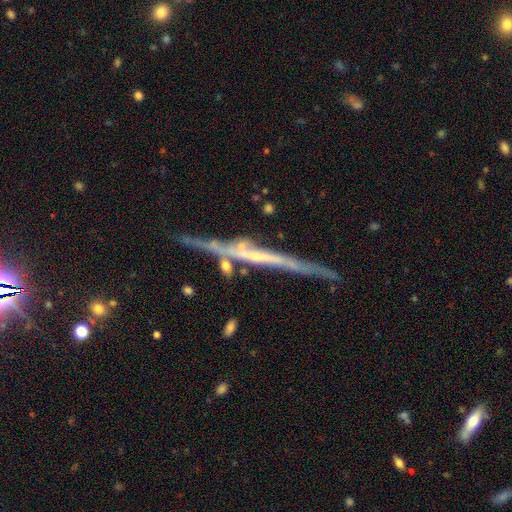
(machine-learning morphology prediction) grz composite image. It shows a featured or disk galaxy (78%) viewed edge-on (94%) with no central bulge (64%). Merging: none (70%).